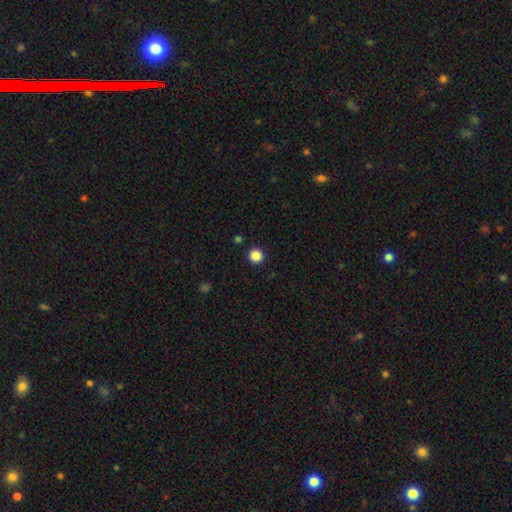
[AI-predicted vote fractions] Smooth or featured? Predicted: smooth (p=0.87). How rounded? Predicted: round (p=0.95). Merging? Predicted: none (p=0.92).